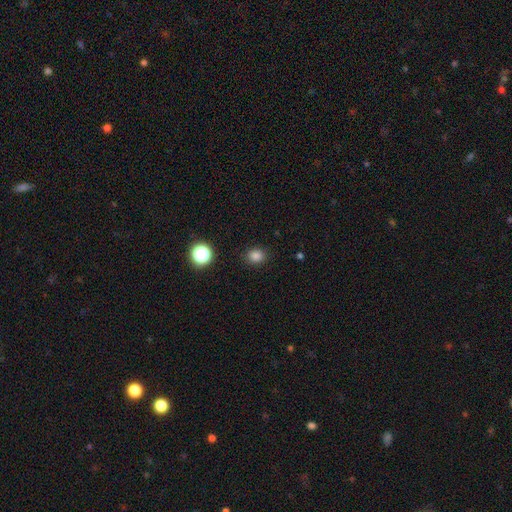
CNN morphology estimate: smooth 82%, star or artifact 14%, featured or disk 4%. Down the decision tree: how rounded — round (64%); merging — none (88%).